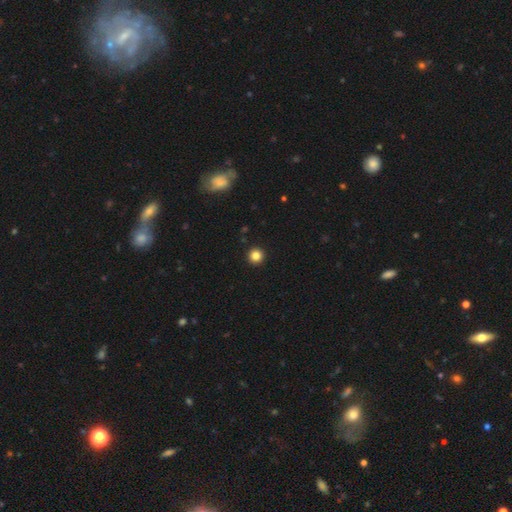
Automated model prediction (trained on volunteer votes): Smooth or featured? Predicted: smooth (p=0.84). How rounded? Predicted: round (p=0.96). Merging? Predicted: none (p=0.94).